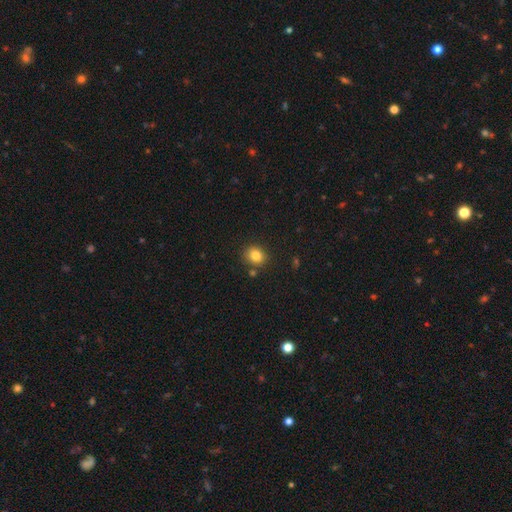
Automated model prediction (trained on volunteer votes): Morphology: type=smooth (82%); roundness=round (72%); merging=none (83%).